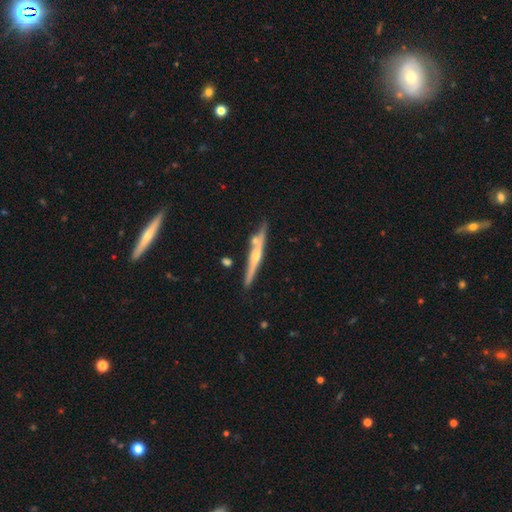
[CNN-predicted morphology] The model was most divided on "smooth or featured": featured or disk: 68%, smooth: 26%, star or artifact: 6%. More confident: edge-on disk — yes (96%); merging — none (80%); edge-on bulge — rounded (75%).